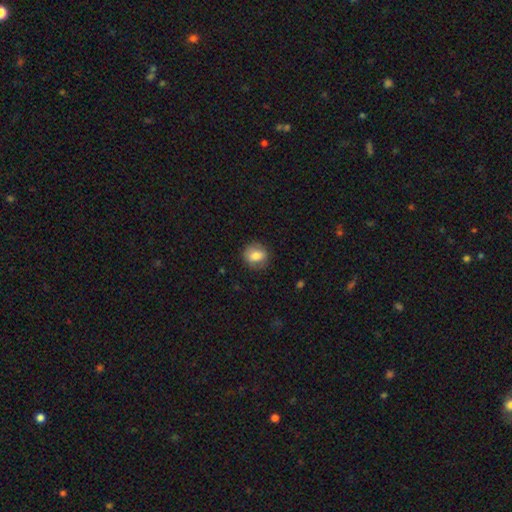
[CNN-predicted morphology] Smooth or featured: smooth — 77% (featured or disk — 14%)
How rounded: round — 72% (in between — 27%)
Merging: none — 84% (minor disturbance — 12%)